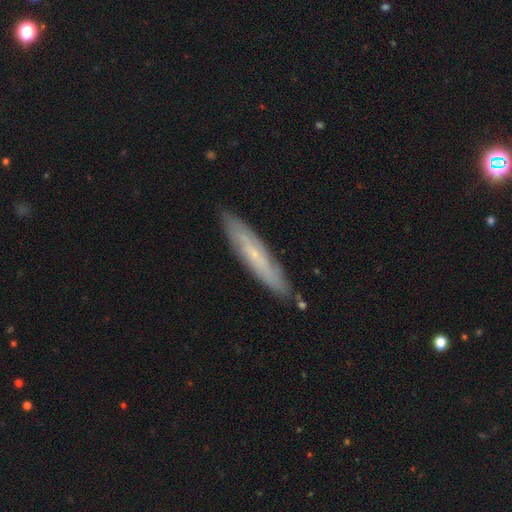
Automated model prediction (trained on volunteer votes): This is possibly a featured or disk galaxy (52%). It is likely viewed edge-on (62%). Merging: clearly none (85%).